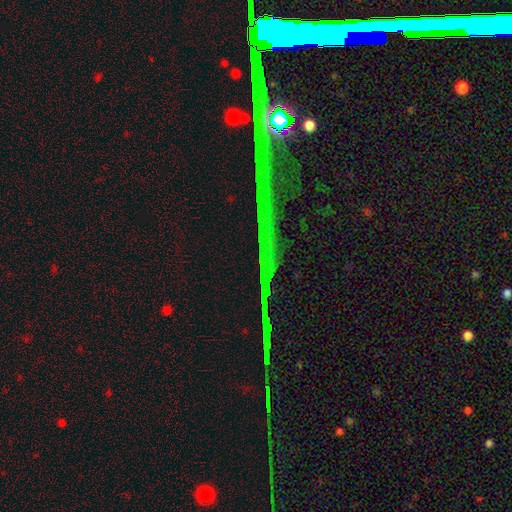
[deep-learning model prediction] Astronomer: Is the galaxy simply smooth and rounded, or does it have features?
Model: star or artifact — 81%.